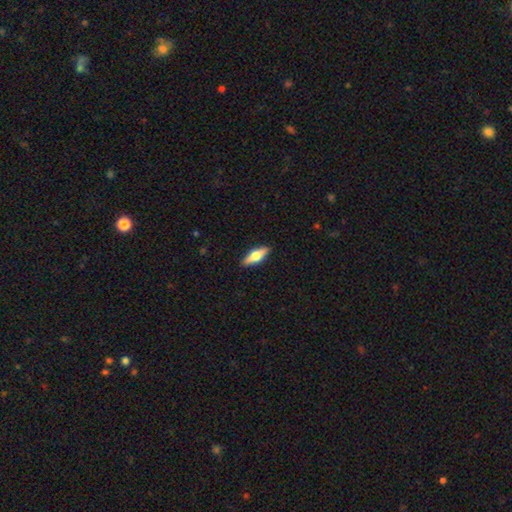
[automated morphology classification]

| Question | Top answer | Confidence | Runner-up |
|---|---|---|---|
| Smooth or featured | smooth | 47% | tied: featured or disk (47%) |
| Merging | none | 90% | minor disturbance (8%) |